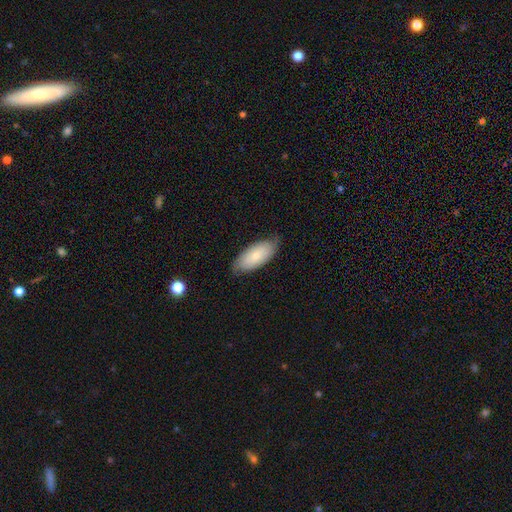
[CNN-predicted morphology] Overall: smooth (77%). How rounded: in between (91%). Merging: none (77%).